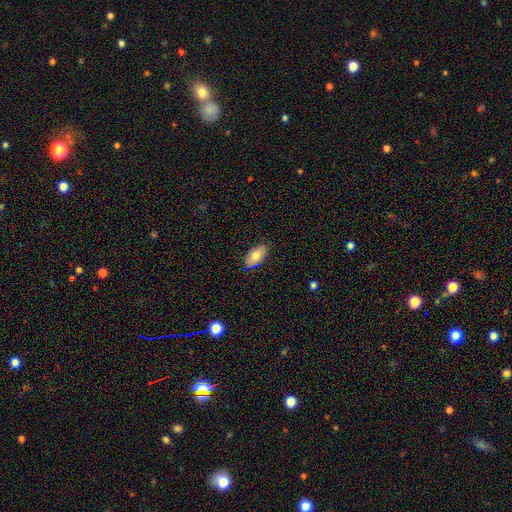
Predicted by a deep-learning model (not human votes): smooth_or_featured: smooth (p=0.75) [alt: featured or disk p=0.17]
how_rounded: in between (p=0.92) [alt: round p=0.06]
merging: none (p=0.83) [alt: minor disturbance p=0.14]